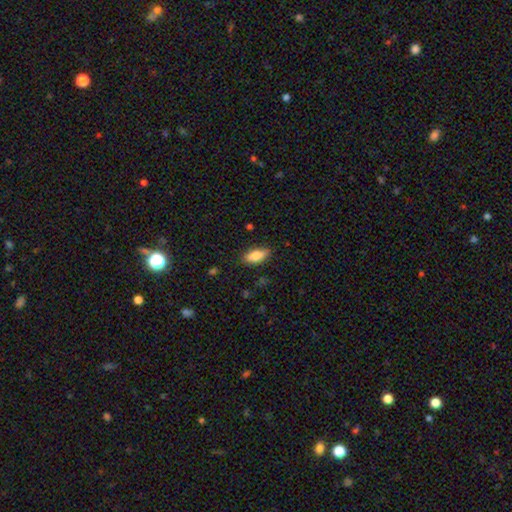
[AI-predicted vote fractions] The model was most divided on "how rounded": in between: 80%, cigar-shaped: 17%, round: 2%. More confident: merging — none (83%); smooth or featured — smooth (82%).